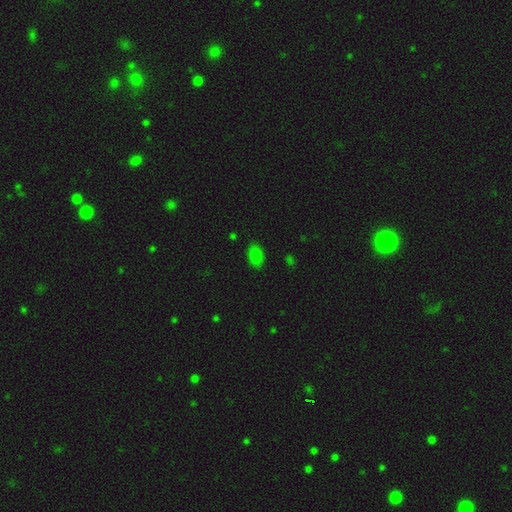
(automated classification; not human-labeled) A smooth galaxy with no disk features (80%) that is in between round and cigar-shaped (84%). Merging: none (84%).